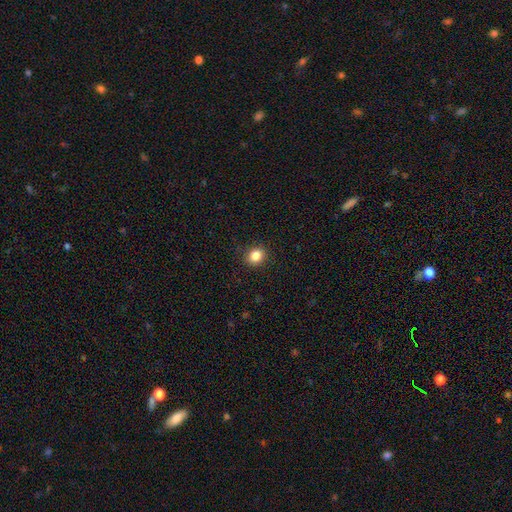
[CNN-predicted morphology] Smooth or featured?
  - smooth: 84% *
  - star or artifact: 11%
  - featured or disk: 5%
How rounded?
  - round: 72% *
  - in between: 27%
  - cigar-shaped: 1%
Merging?
  - none: 90% *
  - minor disturbance: 7%
  - major disturbance: 2%
  - merger: 1%